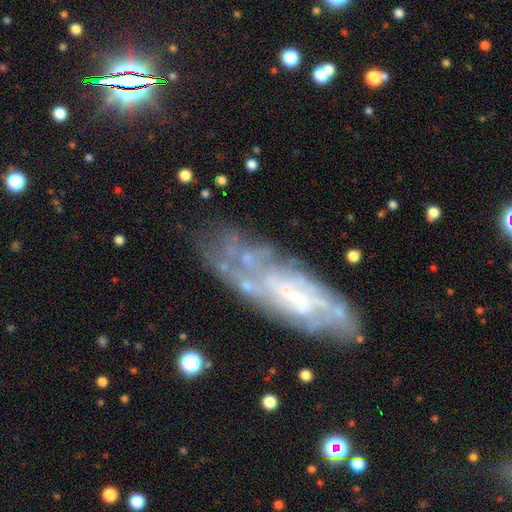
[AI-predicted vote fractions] Smooth or featured? Predicted: featured or disk (p=0.74). Edge-on disk? Predicted: no (p=0.76). Bar? Predicted: no (p=0.42). Spiral arms? Predicted: yes (p=0.76). Bulge size? Predicted: small (p=0.47). Merging? Predicted: none (p=0.68).